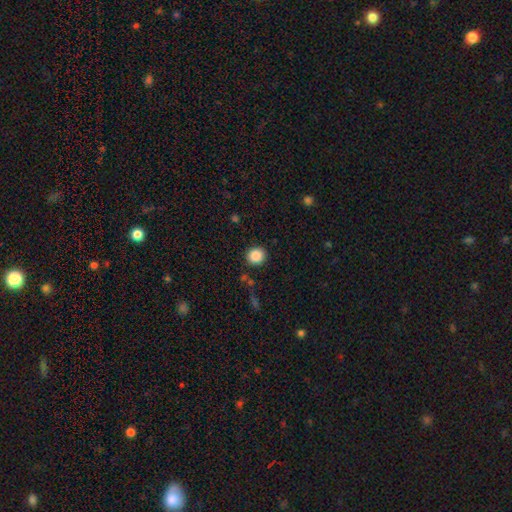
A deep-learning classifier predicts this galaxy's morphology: smooth 87%, star or artifact 10%, featured or disk 3%. Down the decision tree: how rounded — round (90%); merging — none (89%).